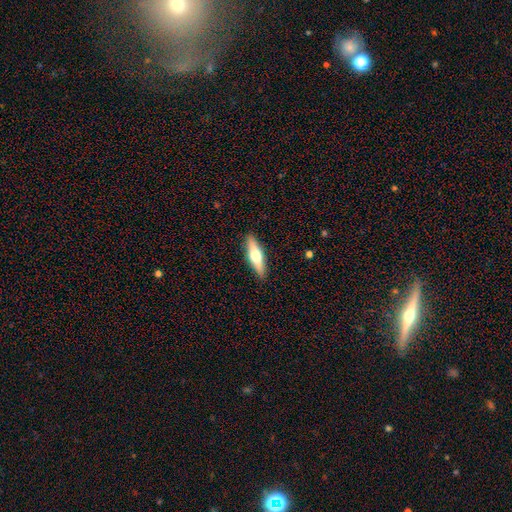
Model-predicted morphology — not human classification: smooth_or_featured: featured or disk (p=0.47) [tied with: smooth p=0.47]
merging: none (p=0.90) [alt: minor disturbance p=0.07]